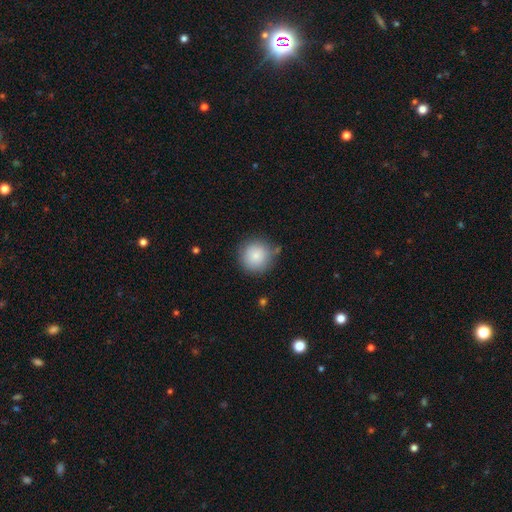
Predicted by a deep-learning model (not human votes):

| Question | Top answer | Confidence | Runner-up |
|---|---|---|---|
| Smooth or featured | smooth | 85% | star or artifact (8%) |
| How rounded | round | 94% | in between (5%) |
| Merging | none | 76% | minor disturbance (16%) |